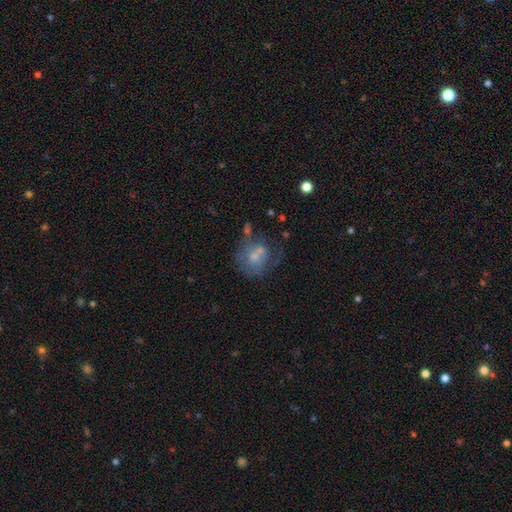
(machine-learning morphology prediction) The model was most divided on "merging": none: 32%, merger: 25%, major disturbance: 23%, minor disturbance: 21%. More confident: how rounded — round (65%); smooth or featured — smooth (53%).